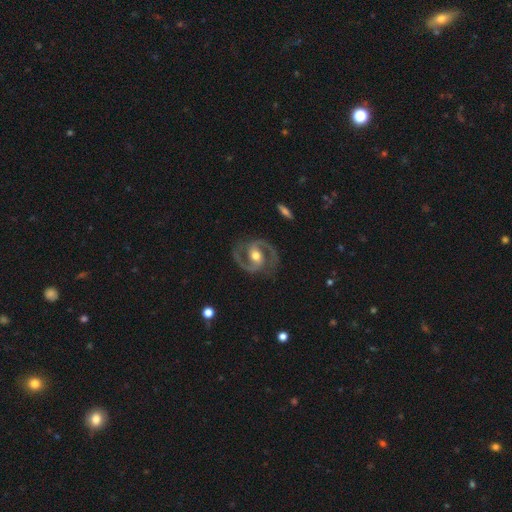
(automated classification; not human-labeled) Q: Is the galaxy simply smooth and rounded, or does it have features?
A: featured or disk — 93%.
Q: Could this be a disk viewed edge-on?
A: no — 98%.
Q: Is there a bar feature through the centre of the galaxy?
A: weak — 40%.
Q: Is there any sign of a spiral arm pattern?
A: yes — 98%.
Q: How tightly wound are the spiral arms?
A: medium — 67%.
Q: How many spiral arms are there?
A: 2 — 94%.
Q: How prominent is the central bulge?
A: moderate — 76%.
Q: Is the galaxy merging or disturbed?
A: none — 84%.